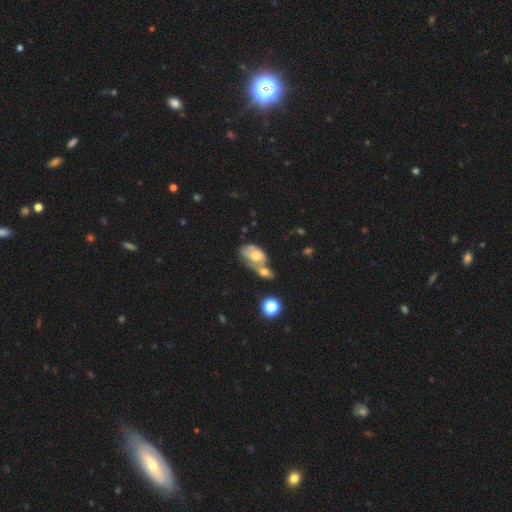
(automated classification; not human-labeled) smooth-or-featured: smooth: 51% | featured or disk: 39% | star or artifact: 9%
  how-rounded: in between: 86% | round: 12% | cigar-shaped: 2%
  merging: merger: 55% | none: 20% | minor disturbance: 14% | major disturbance: 11%